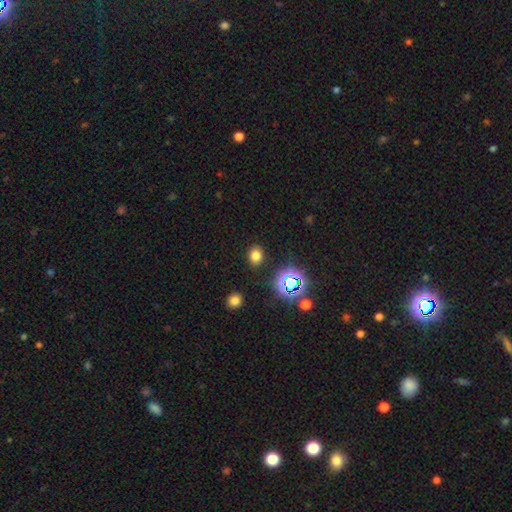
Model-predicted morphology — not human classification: smooth-or-featured: smooth: 73% | star or artifact: 21% | featured or disk: 6%
  how-rounded: round: 55% | in between: 44% | cigar-shaped: 1%
  merging: none: 87% | minor disturbance: 8% | major disturbance: 3% | merger: 2%